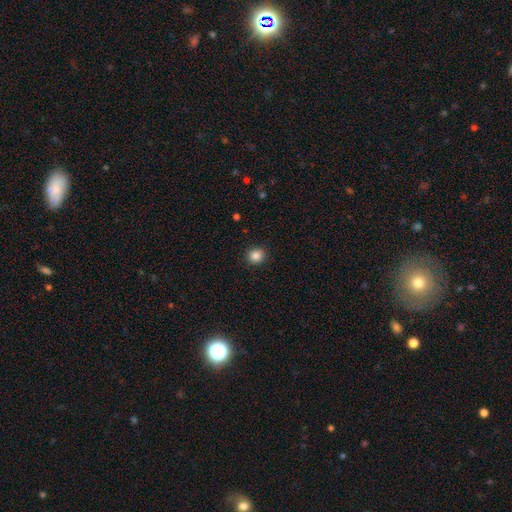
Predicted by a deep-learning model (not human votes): This is clearly a smooth galaxy (86%). How rounded: clearly round (89%). Merging: clearly none (91%).